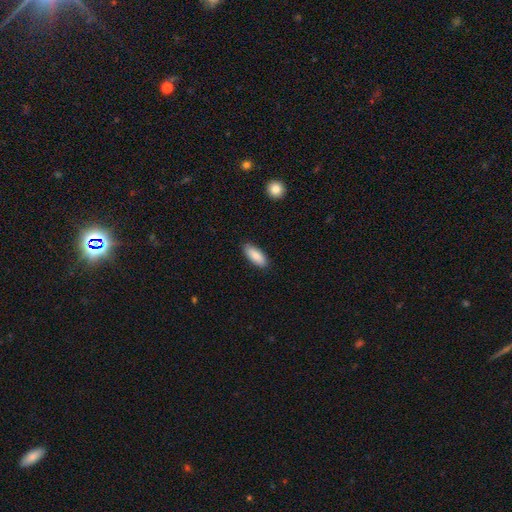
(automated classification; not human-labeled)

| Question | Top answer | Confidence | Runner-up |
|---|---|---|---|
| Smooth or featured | smooth | 87% | featured or disk (7%) |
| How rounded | in between | 80% | cigar-shaped (18%) |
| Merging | none | 87% | minor disturbance (10%) |